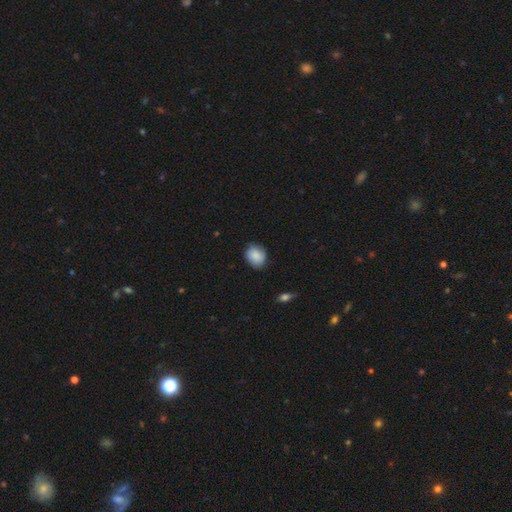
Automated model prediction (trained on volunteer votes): smooth-or-featured: smooth: 86% | star or artifact: 7% | featured or disk: 7%
  how-rounded: round: 55% | in between: 44% | cigar-shaped: 1%
  merging: none: 79% | minor disturbance: 17% | major disturbance: 3% | merger: 1%